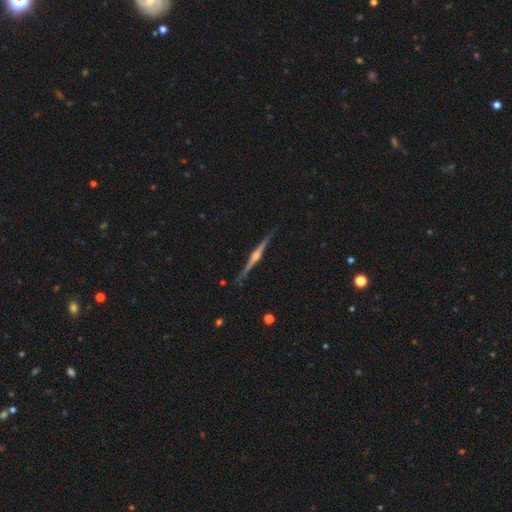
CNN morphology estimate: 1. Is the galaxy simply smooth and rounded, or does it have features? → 86% featured or disk, 9% smooth, 5% star or artifact.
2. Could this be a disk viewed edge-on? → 99% yes, 1% no.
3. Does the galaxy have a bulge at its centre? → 90% rounded, 6% boxy, 5% none.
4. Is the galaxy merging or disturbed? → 89% none, 8% minor disturbance, 2% major disturbance, 1% merger.